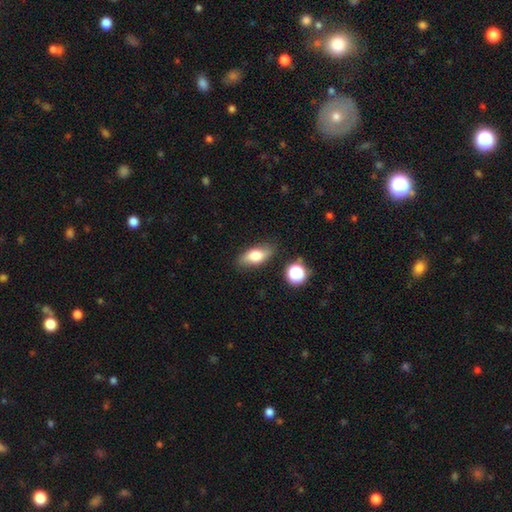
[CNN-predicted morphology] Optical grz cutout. It shows a smooth galaxy with no disk features (72%) that is in between round and cigar-shaped (80%). Merging: none (82%).